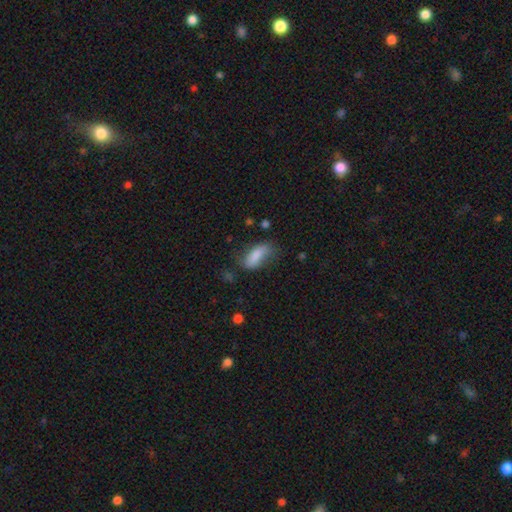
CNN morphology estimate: Smooth or featured: smooth — 78% (featured or disk — 14%)
How rounded: in between — 79% (cigar-shaped — 18%)
Merging: none — 49% (minor disturbance — 32%)